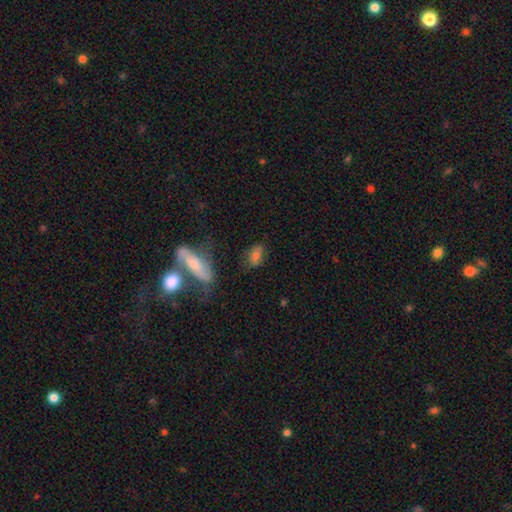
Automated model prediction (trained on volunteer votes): smooth 73%, featured or disk 17%, star or artifact 11%. Down the decision tree: how rounded — in between (84%); merging — none (65%).